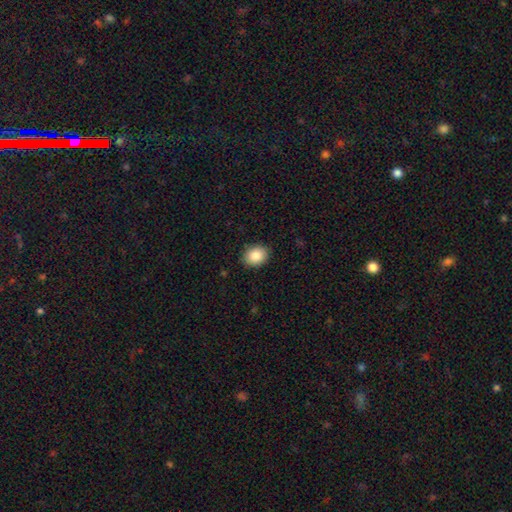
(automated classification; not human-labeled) Morphology: type=smooth (87%); roundness=in between (62%); merging=none (88%).